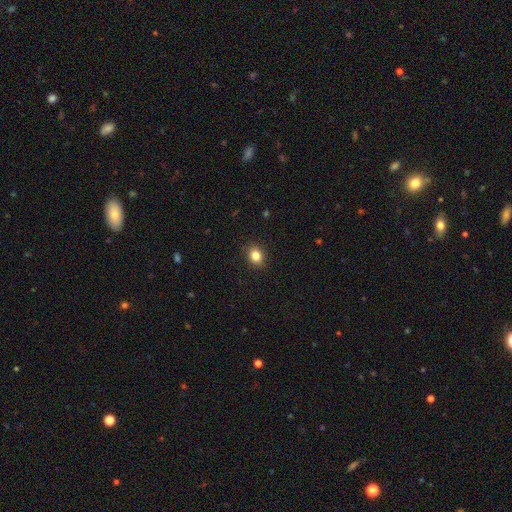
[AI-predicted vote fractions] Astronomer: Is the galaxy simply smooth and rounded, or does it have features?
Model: smooth — 83%.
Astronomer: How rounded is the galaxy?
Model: round — 57% (runner-up: in between, 42%).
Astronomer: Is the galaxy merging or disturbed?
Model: none — 90%.